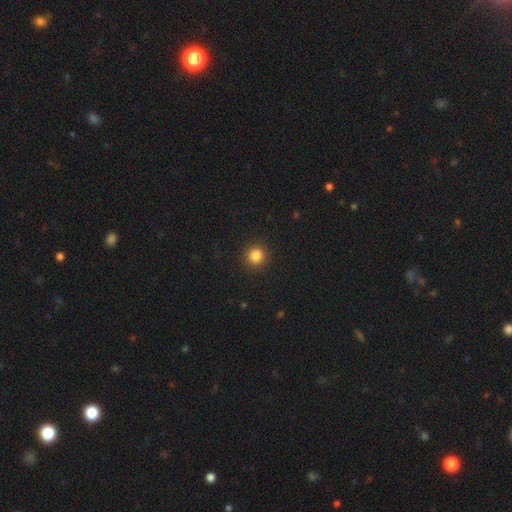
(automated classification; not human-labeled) A smooth galaxy with no disk features (85%) that is round (92%). Merging: none (92%).